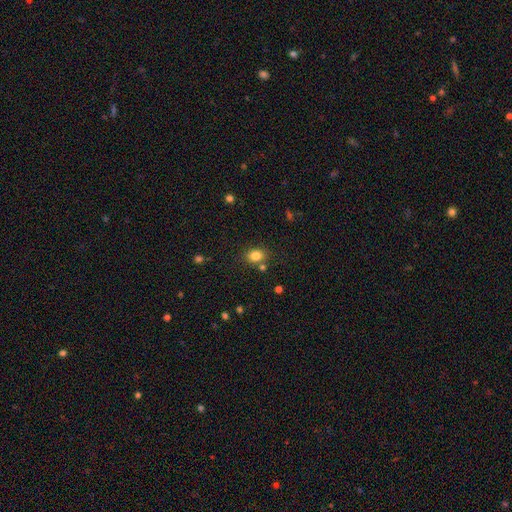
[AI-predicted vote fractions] Smooth or featured? smooth (81%)
How rounded? in between (54%)
Merging? none (78%)